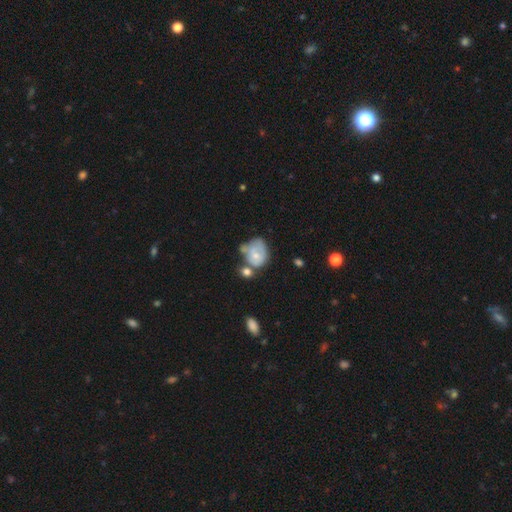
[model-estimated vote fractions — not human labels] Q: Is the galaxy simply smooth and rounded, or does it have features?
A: smooth — 54%.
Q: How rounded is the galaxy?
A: in between — 51%.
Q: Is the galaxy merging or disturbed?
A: merger — 30%.